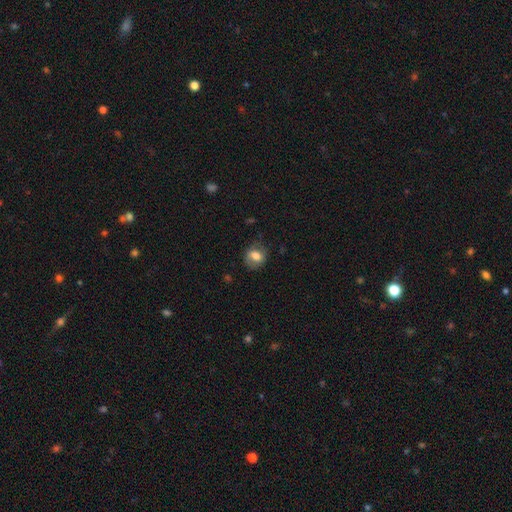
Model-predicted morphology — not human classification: This appears to be a smooth galaxy with no disk features (69%) that is in between round and cigar-shaped (50%). Merging: none (74%).